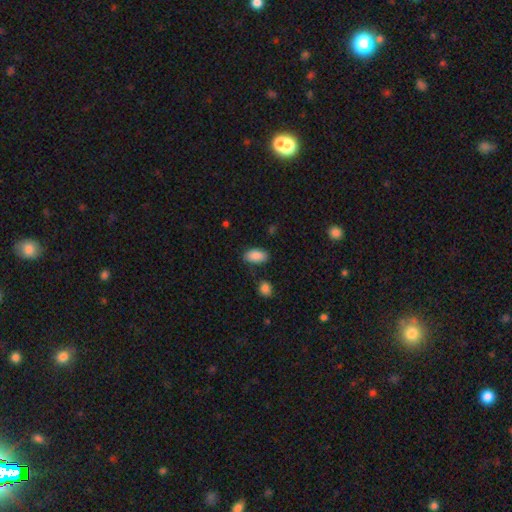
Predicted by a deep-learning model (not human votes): Smooth or featured?
  - smooth: 89% *
  - star or artifact: 7%
  - featured or disk: 4%
How rounded?
  - in between: 94% *
  - round: 4%
  - cigar-shaped: 2%
Merging?
  - none: 82% *
  - minor disturbance: 12%
  - major disturbance: 3%
  - merger: 3%